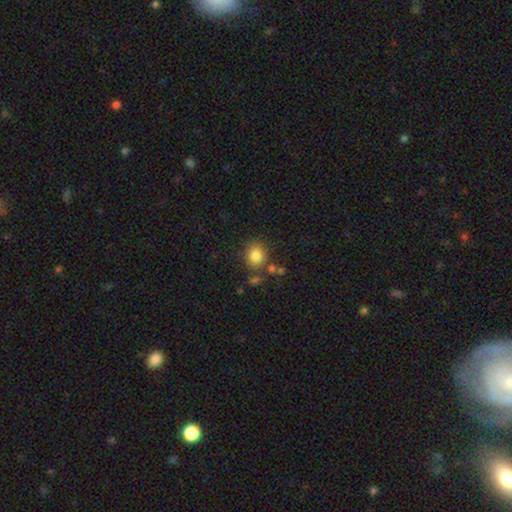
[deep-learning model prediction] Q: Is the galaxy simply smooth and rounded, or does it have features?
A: smooth — 83%.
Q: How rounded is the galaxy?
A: round — 76%.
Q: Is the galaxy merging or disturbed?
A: none — 75%.